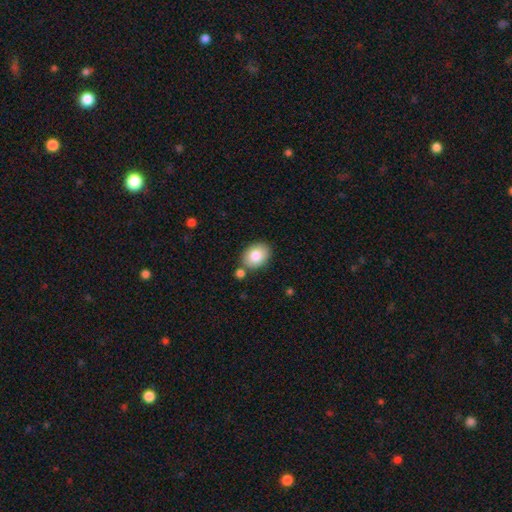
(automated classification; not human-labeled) smooth_or_featured: smooth (p=0.82) [alt: featured or disk p=0.10]
how_rounded: in between (p=0.71) [alt: round p=0.28]
merging: none (p=0.78) [alt: minor disturbance p=0.11]